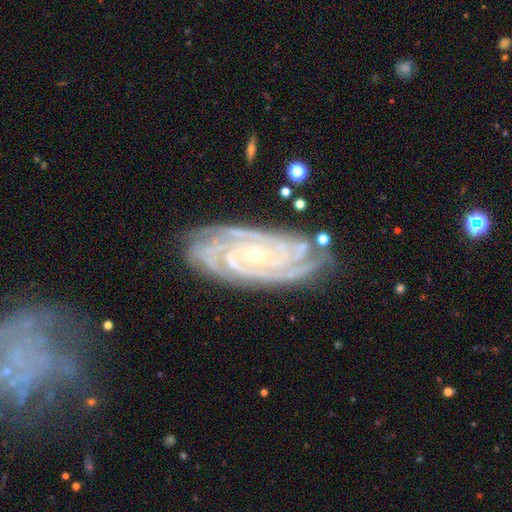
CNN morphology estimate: Smooth or featured? Predicted: featured or disk (p=0.92). Edge-on disk? Predicted: no (p=0.96). Bar? Predicted: no (p=0.57). Spiral arms? Predicted: yes (p=0.99). Spiral winding? Predicted: tight (p=0.83). Spiral arm count? Predicted: 4 (p=0.36). Bulge size? Predicted: small (p=0.76). Merging? Predicted: none (p=0.79).